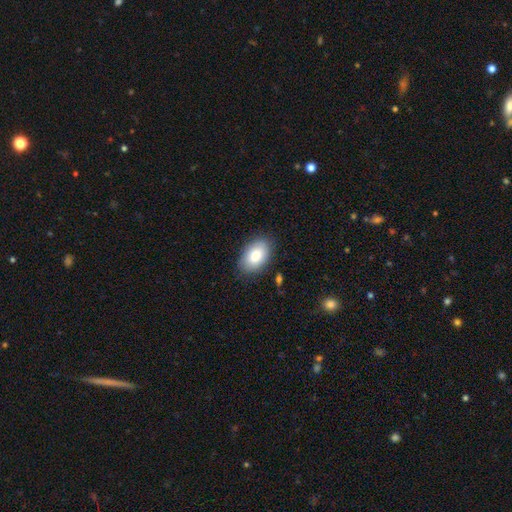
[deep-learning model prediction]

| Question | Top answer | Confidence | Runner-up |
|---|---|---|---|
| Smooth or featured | smooth | 84% | featured or disk (10%) |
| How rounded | in between | 92% | round (6%) |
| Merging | none | 84% | minor disturbance (12%) |